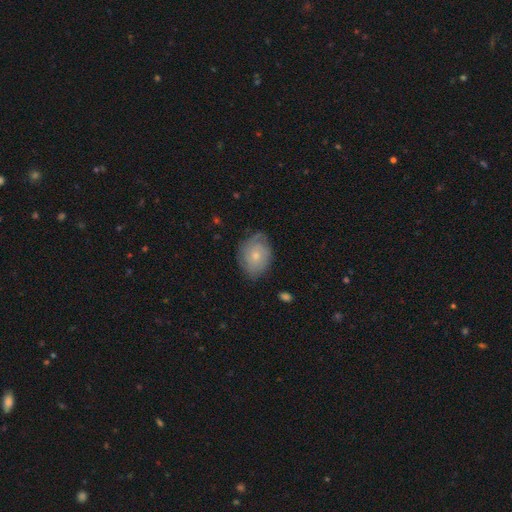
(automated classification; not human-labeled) Overall: smooth (47%; featured or disk 45%). Merging: none (66%).